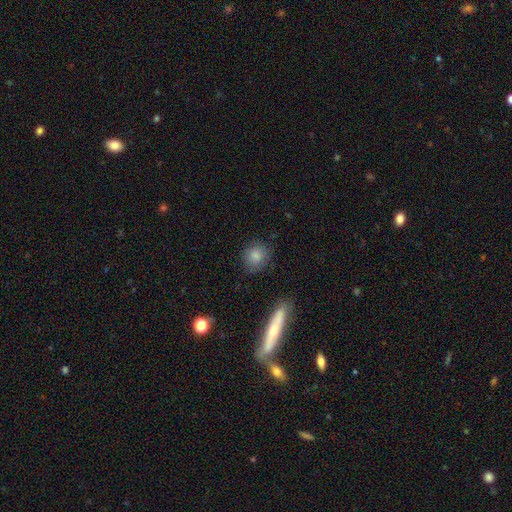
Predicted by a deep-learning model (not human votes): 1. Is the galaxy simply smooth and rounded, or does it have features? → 84% smooth, 9% star or artifact, 7% featured or disk.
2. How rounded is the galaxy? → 81% round, 17% in between, 2% cigar-shaped.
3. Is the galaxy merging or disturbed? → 83% none, 11% minor disturbance, 3% major disturbance, 2% merger.